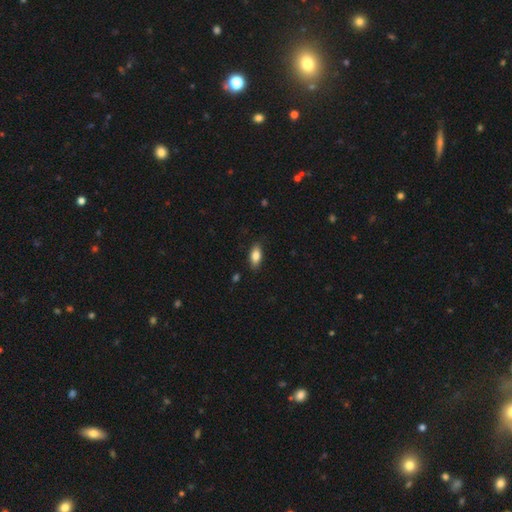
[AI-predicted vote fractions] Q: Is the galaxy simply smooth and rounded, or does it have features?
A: smooth — 82%.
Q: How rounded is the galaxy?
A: in between — 85%.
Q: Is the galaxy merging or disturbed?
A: none — 85%.